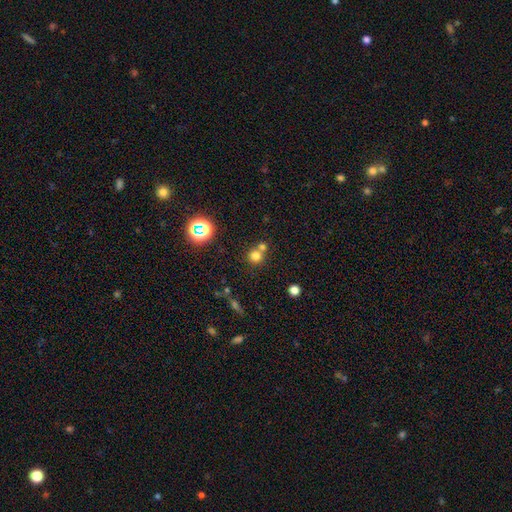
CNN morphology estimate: Smooth or featured?
  - smooth: 73% *
  - star or artifact: 18%
  - featured or disk: 8%
How rounded?
  - round: 90% *
  - in between: 9%
  - cigar-shaped: 1%
Merging?
  - none: 55% *
  - merger: 35%
  - minor disturbance: 7%
  - major disturbance: 3%